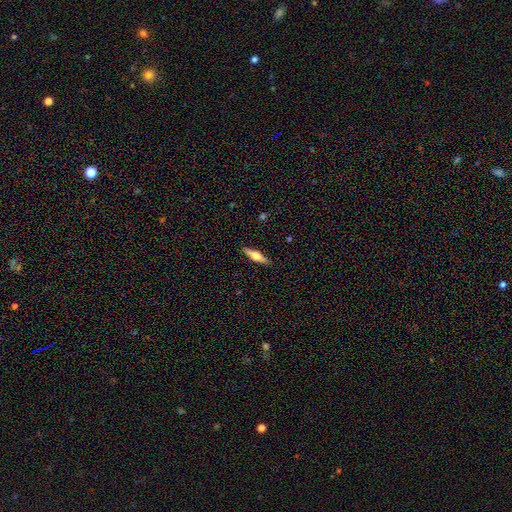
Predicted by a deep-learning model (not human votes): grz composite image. It shows a featured or disk galaxy (48%). Merging: none (90%).